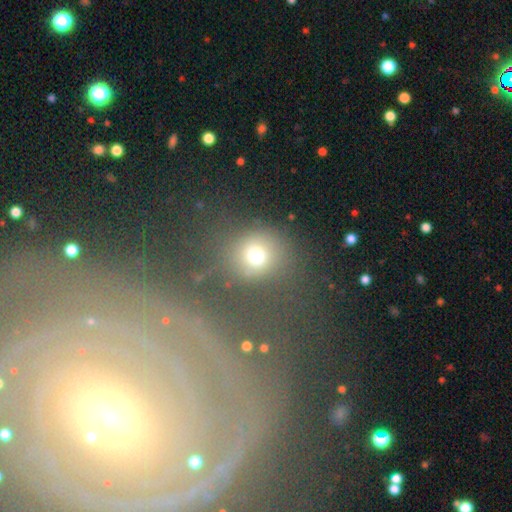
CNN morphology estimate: smooth_or_featured: smooth (p=0.69) [alt: star or artifact p=0.20]
how_rounded: round (p=0.76) [alt: in between p=0.22]
merging: none (p=0.69) [alt: minor disturbance p=0.13]